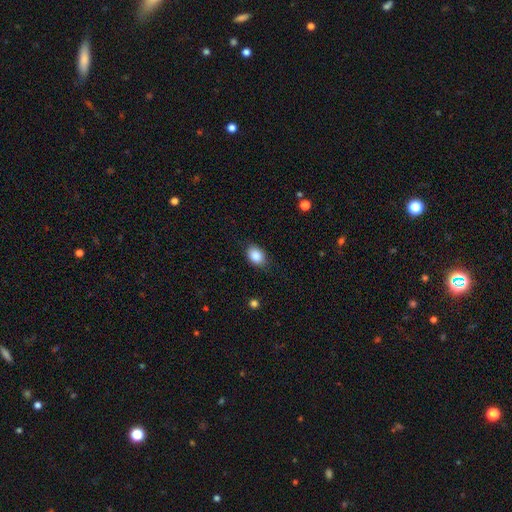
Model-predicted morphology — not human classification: smooth_or_featured: smooth (p=0.87) [alt: star or artifact p=0.08]
how_rounded: in between (p=0.78) [alt: round p=0.21]
merging: none (p=0.82) [alt: minor disturbance p=0.14]